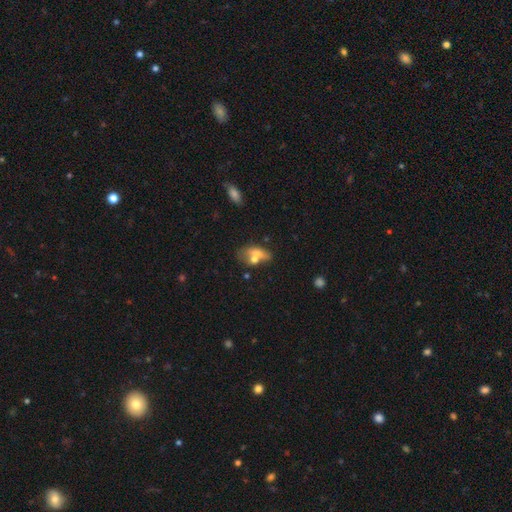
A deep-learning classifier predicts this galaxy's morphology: smooth-or-featured: smooth: 59% | featured or disk: 30% | star or artifact: 10%
  how-rounded: in between: 76% | round: 12% | cigar-shaped: 12%
  merging: merger: 39% | none: 37% | minor disturbance: 15% | major disturbance: 9%